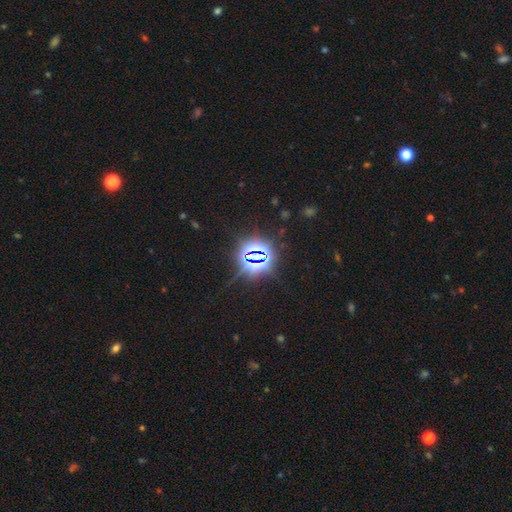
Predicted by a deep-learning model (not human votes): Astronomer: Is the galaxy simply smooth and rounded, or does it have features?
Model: star or artifact — 83%.